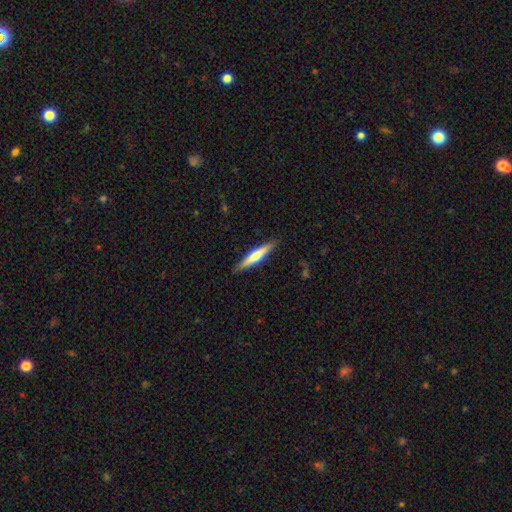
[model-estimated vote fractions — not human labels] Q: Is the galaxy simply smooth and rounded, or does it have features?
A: smooth — 51%.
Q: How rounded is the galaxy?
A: cigar-shaped — 89%.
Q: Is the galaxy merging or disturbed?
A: none — 89%.